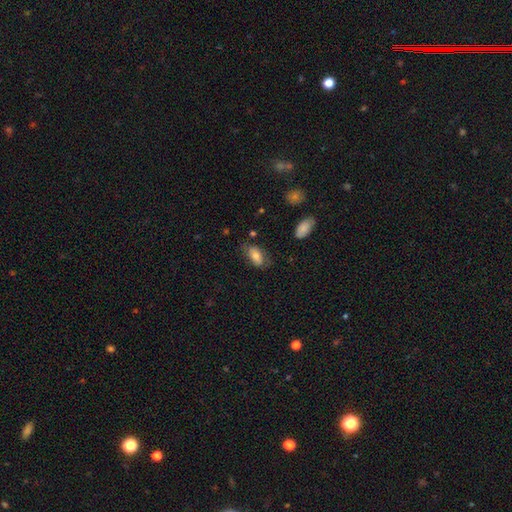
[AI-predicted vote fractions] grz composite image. It shows a smooth galaxy with no disk features (71%) that is in between round and cigar-shaped (91%). Merging: none (64%).